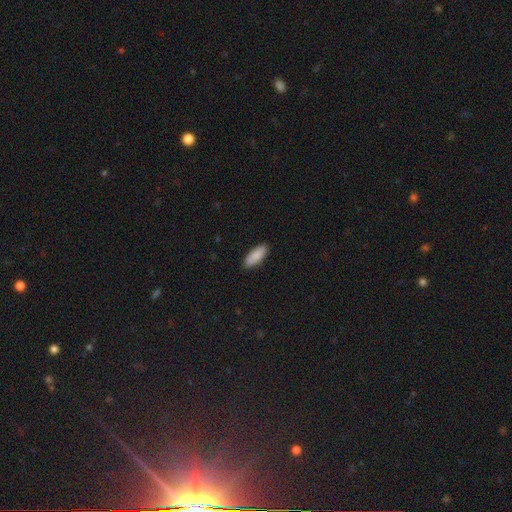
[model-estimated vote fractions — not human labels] This appears to be a smooth galaxy with no disk features (88%) that is in between round and cigar-shaped (76%). Merging: none (89%).